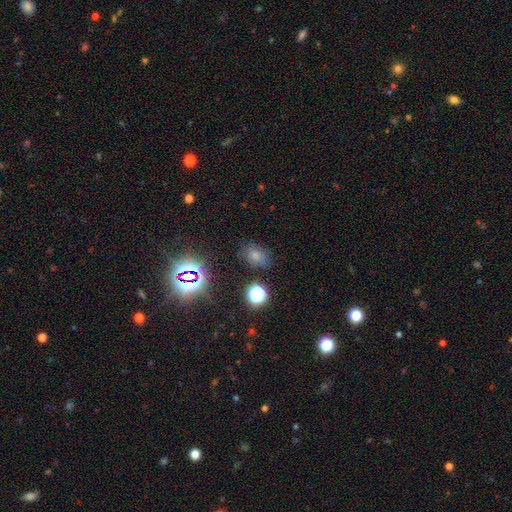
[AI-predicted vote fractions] A smooth galaxy with no disk features (66%) that is in between round and cigar-shaped (66%).

Vote fractions:
- Smooth or featured? smooth: 66% / star or artifact: 24% / featured or disk: 11%
- How rounded? in between: 66% / round: 33% / cigar-shaped: 1%
- Merging? none: 77% / minor disturbance: 15% / major disturbance: 5% / merger: 3%